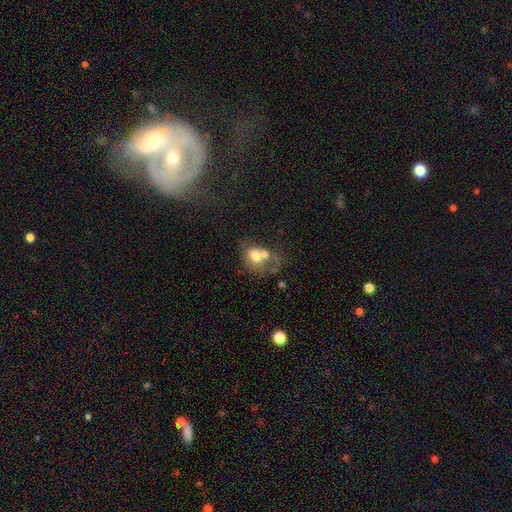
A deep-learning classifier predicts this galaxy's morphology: smooth 62%, featured or disk 28%, star or artifact 10%. Down the decision tree: how rounded — round (50%); merging — merger (55%).